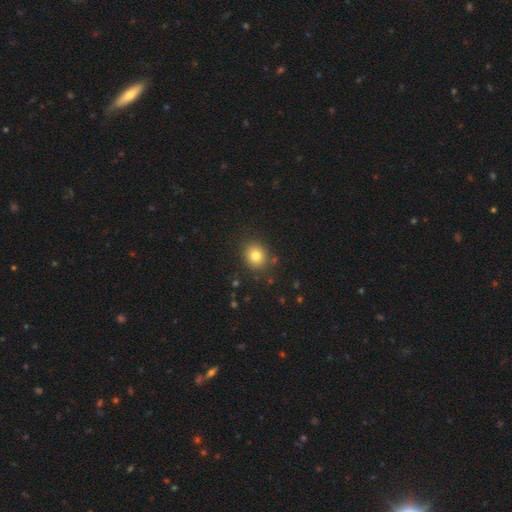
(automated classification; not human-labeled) smooth 79%, star or artifact 12%, featured or disk 9%. Down the decision tree: how rounded — round (75%); merging — none (86%).